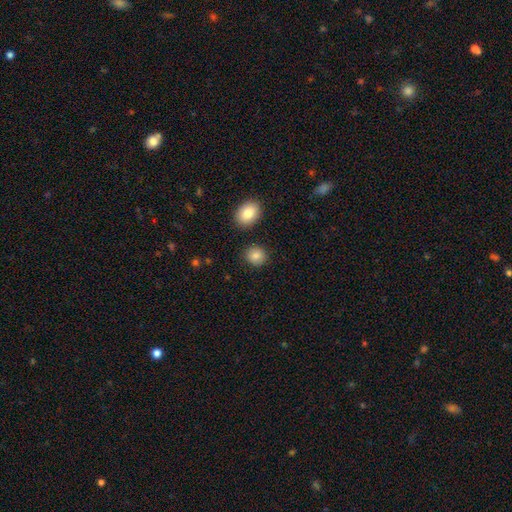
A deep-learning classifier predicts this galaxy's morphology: type=smooth (86%); roundness=round (77%); merging=none (87%).